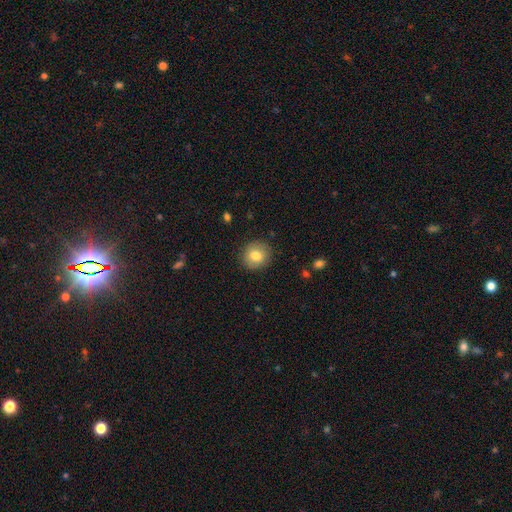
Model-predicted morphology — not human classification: Smooth or featured?
  - smooth: 79% *
  - featured or disk: 13%
  - star or artifact: 8%
How rounded?
  - round: 85% *
  - in between: 14%
  - cigar-shaped: 1%
Merging?
  - none: 87% *
  - minor disturbance: 10%
  - major disturbance: 3%
  - merger: 1%